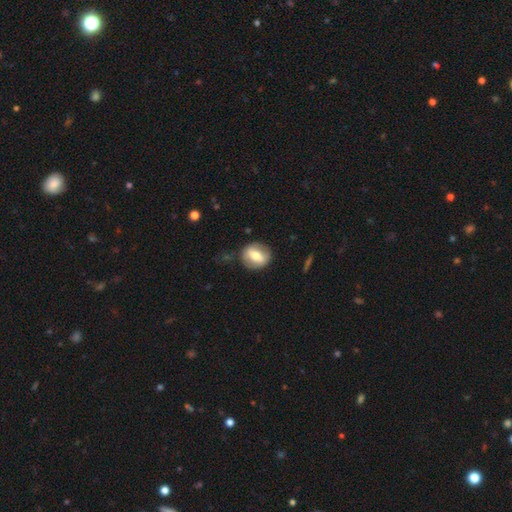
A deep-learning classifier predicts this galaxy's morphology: smooth_or_featured: smooth (p=0.51) [alt: featured or disk p=0.42]
how_rounded: round (p=0.69) [alt: in between p=0.29]
merging: none (p=0.82) [alt: minor disturbance p=0.12]